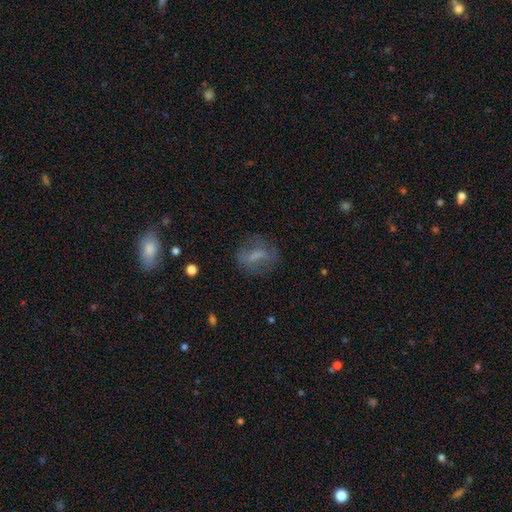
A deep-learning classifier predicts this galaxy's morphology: Smooth or featured? Predicted: smooth (p=0.50). How rounded? Predicted: in between (p=0.59). Merging? Predicted: none (p=0.65).